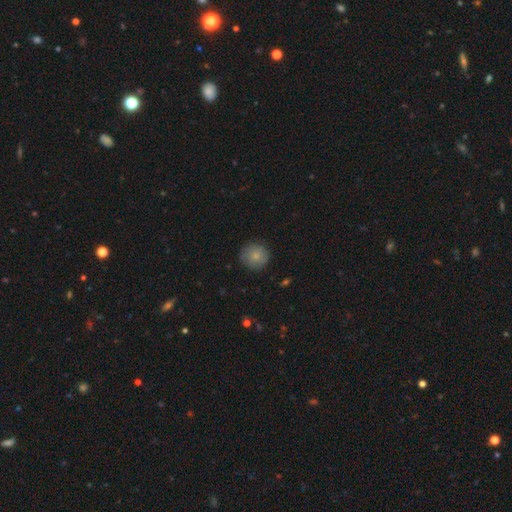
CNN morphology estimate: The model was most divided on "smooth or featured": smooth: 79%, featured or disk: 13%, star or artifact: 8%. More confident: how rounded — round (92%); merging — none (83%).